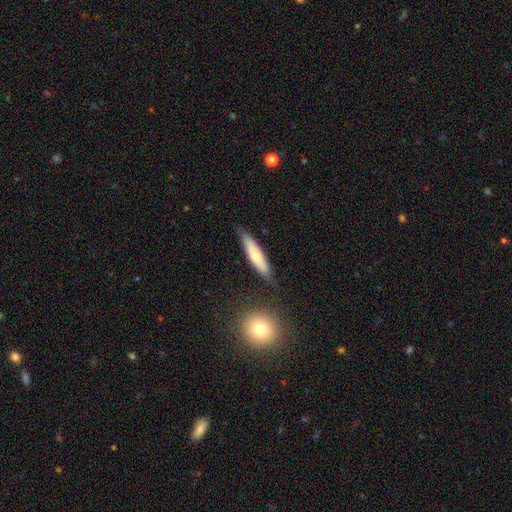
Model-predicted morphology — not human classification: A smooth galaxy with no disk features (59%) that is cigar-shaped (77%). Merging: none (76%).